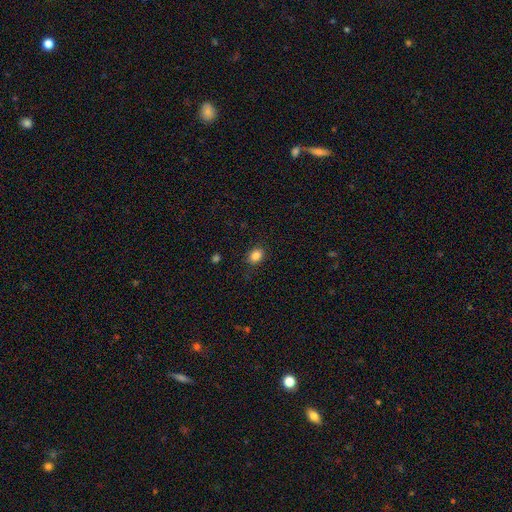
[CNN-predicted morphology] Smooth or featured? Predicted: smooth (p=0.85). How rounded? Predicted: in between (p=0.59). Merging? Predicted: none (p=0.86).